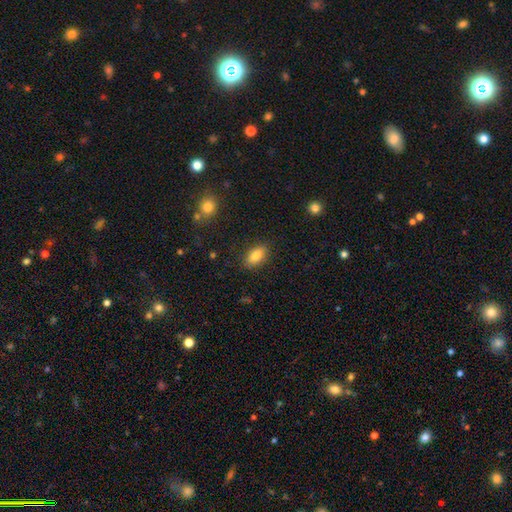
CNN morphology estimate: This appears to be a smooth galaxy with no disk features (84%) that is in between round and cigar-shaped (88%). Merging: none (87%).